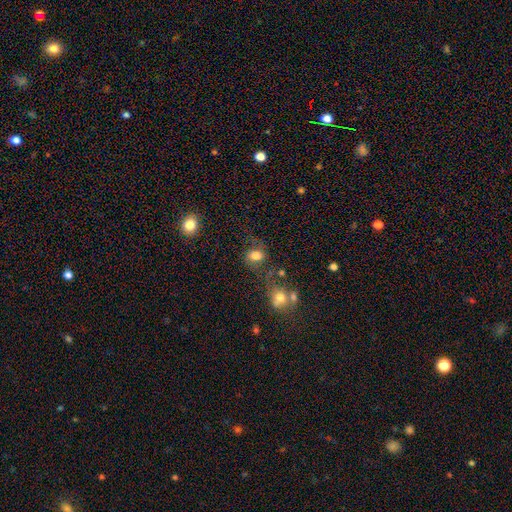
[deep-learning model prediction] smooth 71%, featured or disk 17%, star or artifact 12%. Down the decision tree: how rounded — in between (62%); merging — none (53%).